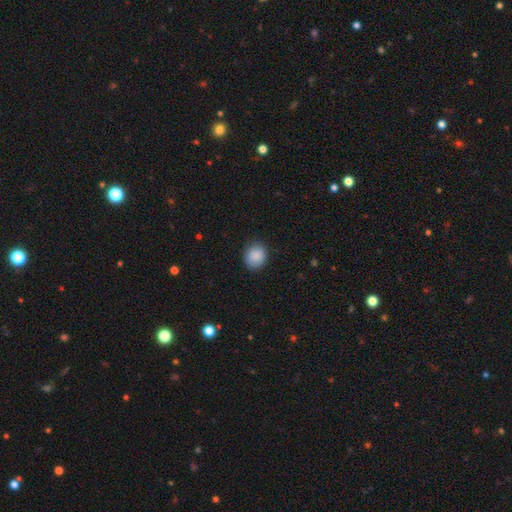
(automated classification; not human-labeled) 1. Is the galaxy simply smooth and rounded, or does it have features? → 89% smooth, 7% star or artifact, 4% featured or disk.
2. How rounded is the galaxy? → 64% round, 36% in between, 1% cigar-shaped.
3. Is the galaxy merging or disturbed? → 86% none, 11% minor disturbance, 2% major disturbance, 1% merger.